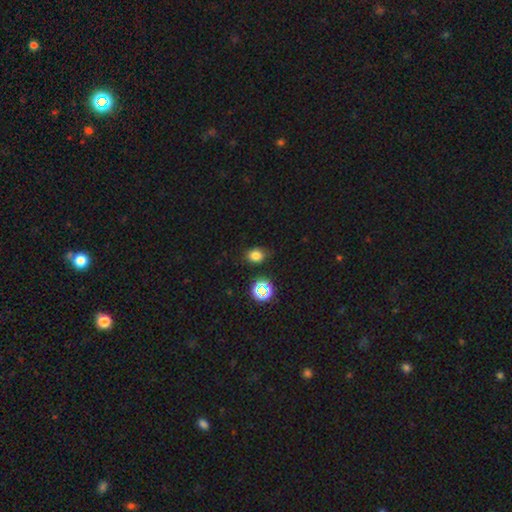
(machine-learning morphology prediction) A smooth galaxy with no disk features (76%) that is in between round and cigar-shaped (53%).

Vote fractions:
- Smooth or featured? smooth: 76% / star or artifact: 18% / featured or disk: 6%
- How rounded? in between: 53% / round: 46% / cigar-shaped: 1%
- Merging? none: 78% / minor disturbance: 16% / major disturbance: 4% / merger: 3%